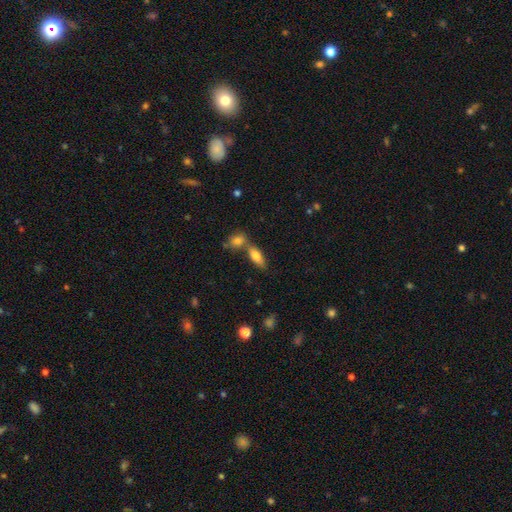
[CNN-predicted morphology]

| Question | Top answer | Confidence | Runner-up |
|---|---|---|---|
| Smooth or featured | smooth | 76% | featured or disk (17%) |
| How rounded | in between | 73% | cigar-shaped (23%) |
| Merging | none | 53% | merger (33%) |